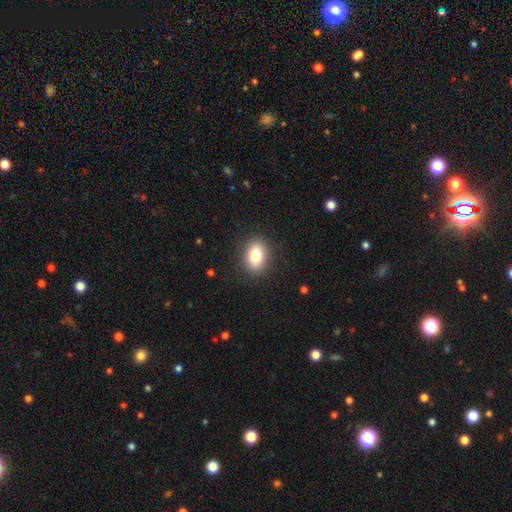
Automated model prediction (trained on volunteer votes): Overall: smooth (81%). How rounded: in between (75%). Merging: none (88%).